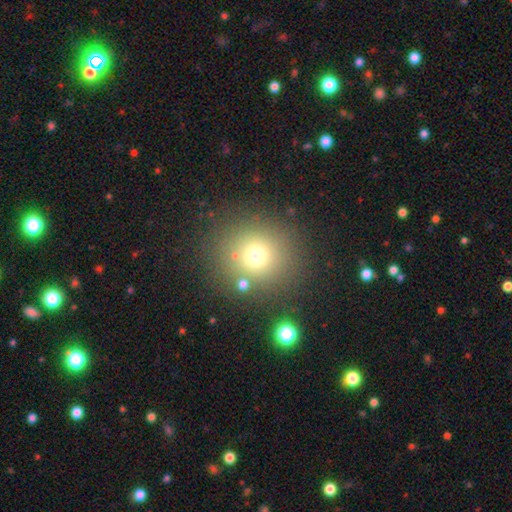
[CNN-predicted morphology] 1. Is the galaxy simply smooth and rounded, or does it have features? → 70% smooth, 19% star or artifact, 11% featured or disk.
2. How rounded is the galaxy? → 90% round, 9% in between, 1% cigar-shaped.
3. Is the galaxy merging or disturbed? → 82% none, 8% minor disturbance, 5% merger, 4% major disturbance.